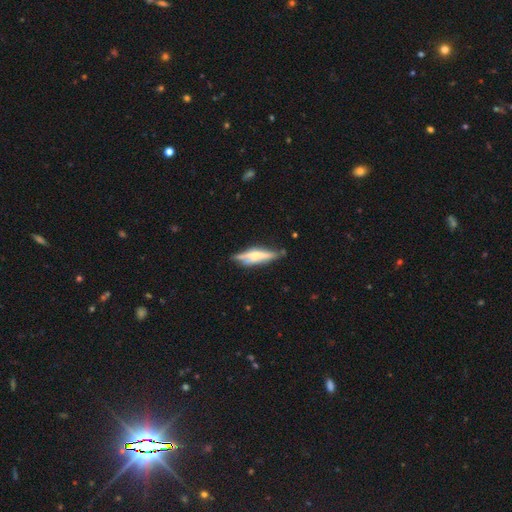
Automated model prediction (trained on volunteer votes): featured or disk 62%, smooth 31%, star or artifact 7%. Down the decision tree: edge-on disk — yes (90%); edge-on bulge — rounded (70%); merging — none (71%).